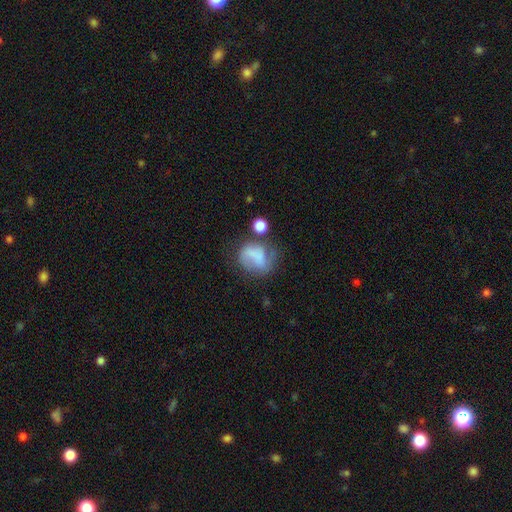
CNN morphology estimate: Overall: smooth (54%; featured or disk 35%). How rounded: round (54%; in between 45%). Merging: none (37%; major disturbance 25%).